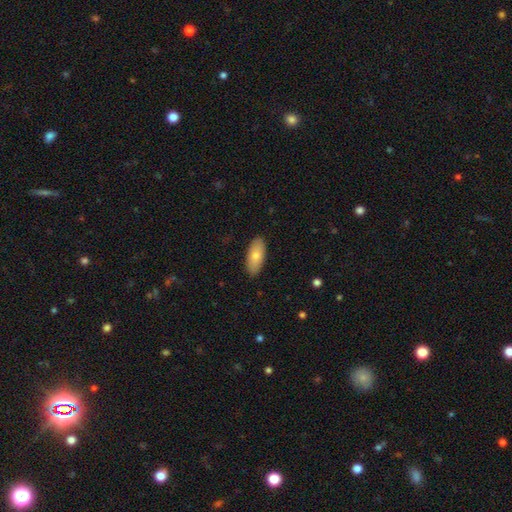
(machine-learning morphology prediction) Smooth or featured?
  - smooth: 78% *
  - featured or disk: 16%
  - star or artifact: 6%
How rounded?
  - in between: 89% *
  - cigar-shaped: 9%
  - round: 2%
Merging?
  - none: 88% *
  - minor disturbance: 10%
  - major disturbance: 2%
  - merger: 1%